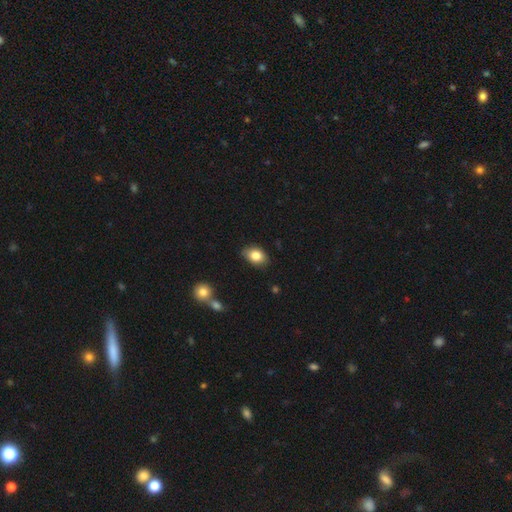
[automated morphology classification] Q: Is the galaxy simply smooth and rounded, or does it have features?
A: smooth — 83%.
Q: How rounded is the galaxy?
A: in between — 83%.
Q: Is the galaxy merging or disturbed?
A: none — 83%.